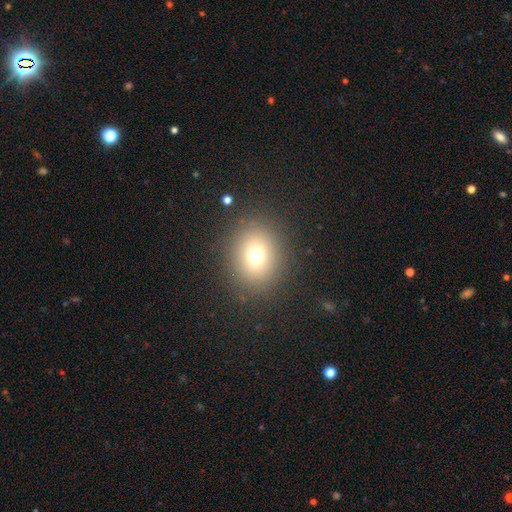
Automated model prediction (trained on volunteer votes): Smooth or featured: smooth — 72% (star or artifact — 17%)
How rounded: round — 68% (in between — 31%)
Merging: none — 87% (minor disturbance — 7%)